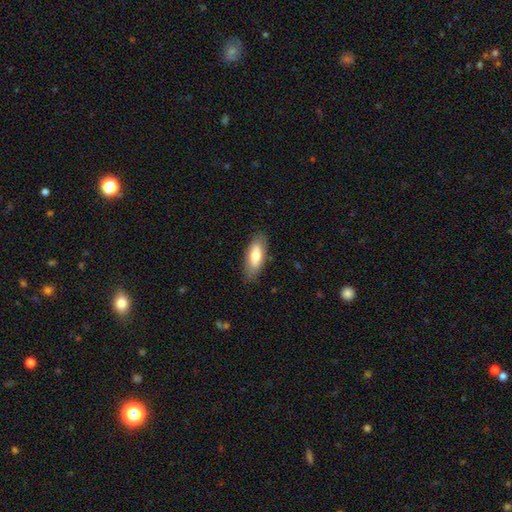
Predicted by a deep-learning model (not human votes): smooth-or-featured: smooth: 76% | featured or disk: 18% | star or artifact: 6%
  how-rounded: in between: 73% | cigar-shaped: 25% | round: 2%
  merging: none: 83% | minor disturbance: 13% | major disturbance: 3% | merger: 1%